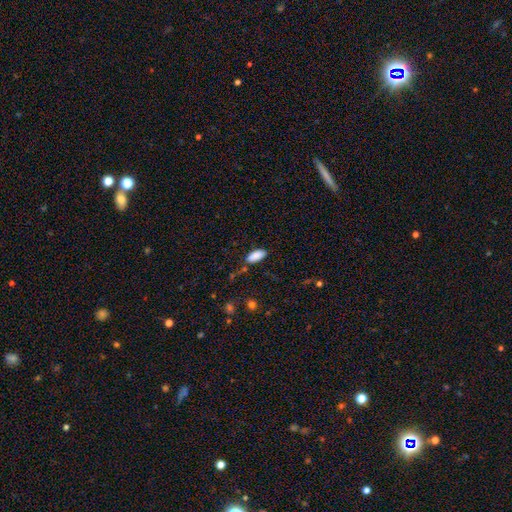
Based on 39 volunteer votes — smooth_or_featured: smooth (p=0.92) [alt: featured or disk p=0.05]
how_rounded: in between (p=0.97) [alt: cigar-shaped p=0.03]
merging: none (p=0.82) [alt: minor disturbance p=0.18]